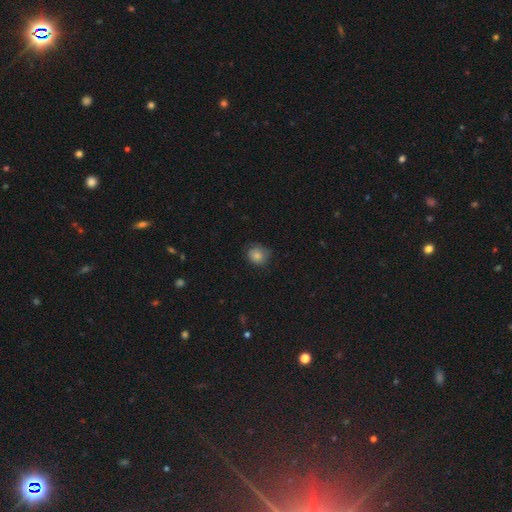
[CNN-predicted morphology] This is likely a smooth galaxy (80%). How rounded: clearly round (83%). Merging: likely none (79%).